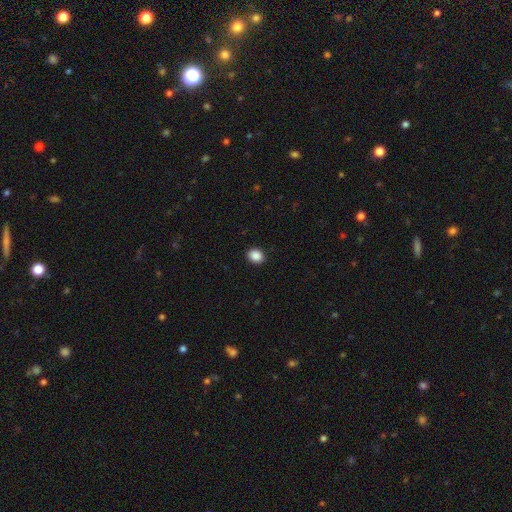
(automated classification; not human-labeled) Smooth or featured?
  - smooth: 89% *
  - star or artifact: 8%
  - featured or disk: 2%
How rounded?
  - round: 62% *
  - in between: 38%
  - cigar-shaped: 1%
Merging?
  - none: 91% *
  - minor disturbance: 6%
  - major disturbance: 2%
  - merger: 1%